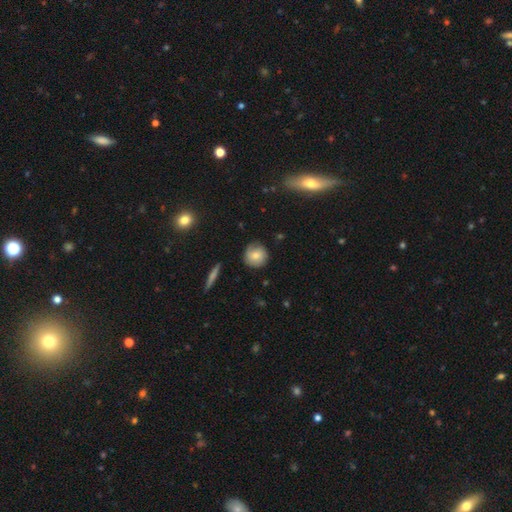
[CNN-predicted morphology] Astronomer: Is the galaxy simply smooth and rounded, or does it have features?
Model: smooth — 68%.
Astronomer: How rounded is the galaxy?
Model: round — 92%.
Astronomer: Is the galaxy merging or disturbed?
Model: none — 76%.